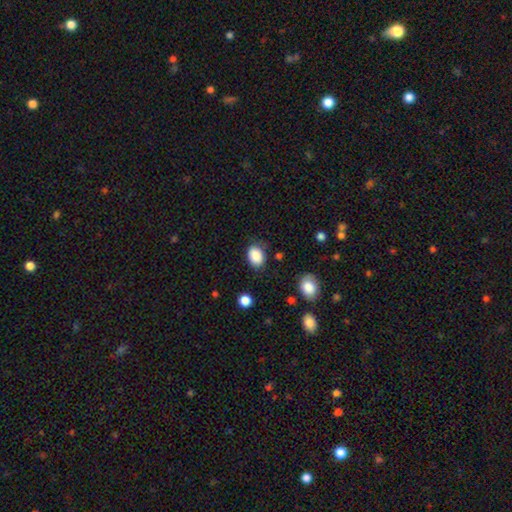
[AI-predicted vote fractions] Morphology: type=smooth (88%); roundness=in between (70%); merging=none (75%).